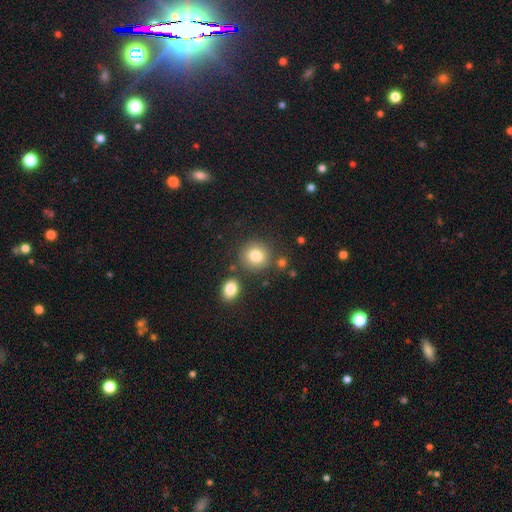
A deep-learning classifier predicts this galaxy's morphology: A smooth galaxy with no disk features (82%) that is round (86%).

Vote fractions:
- Smooth or featured? smooth: 82% / star or artifact: 10% / featured or disk: 8%
- How rounded? round: 86% / in between: 13% / cigar-shaped: 1%
- Merging? none: 79% / minor disturbance: 9% / merger: 9% / major disturbance: 3%